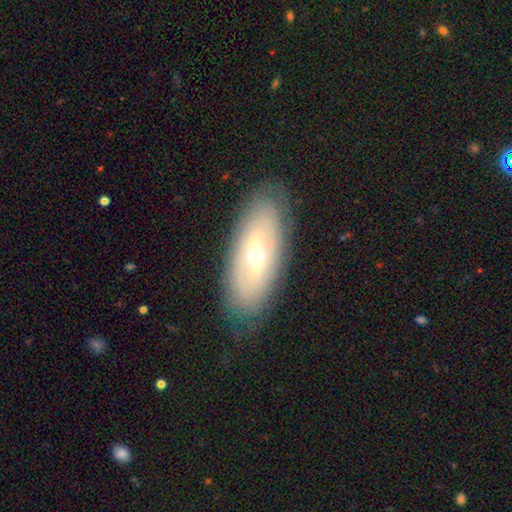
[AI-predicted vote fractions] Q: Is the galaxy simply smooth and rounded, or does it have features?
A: featured or disk — 63%.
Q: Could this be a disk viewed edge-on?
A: no — 79%.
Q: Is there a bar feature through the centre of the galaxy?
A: no — 39%.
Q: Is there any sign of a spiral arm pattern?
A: no — 62%.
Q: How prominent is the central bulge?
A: moderate — 59%.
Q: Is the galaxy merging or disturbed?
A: none — 85%.